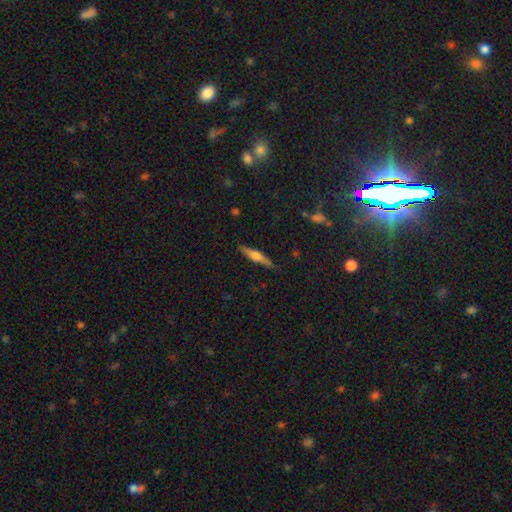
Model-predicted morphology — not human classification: Smooth or featured? Predicted: featured or disk (p=0.57). Edge-on disk? Predicted: yes (p=0.97). Edge-on bulge? Predicted: rounded (p=0.78). Merging? Predicted: none (p=0.89).